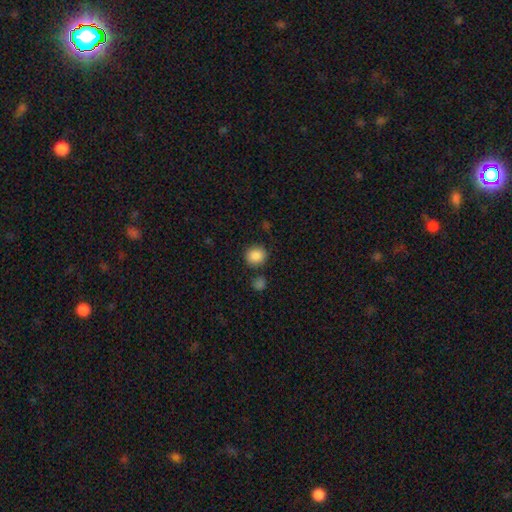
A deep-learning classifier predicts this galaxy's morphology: A smooth galaxy with no disk features (88%) that is round (84%). Merging: none (82%).